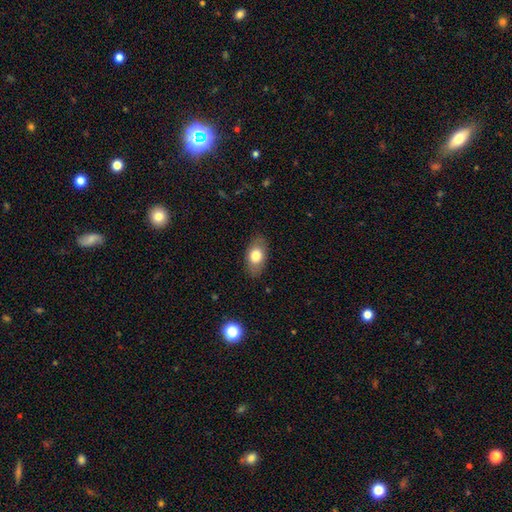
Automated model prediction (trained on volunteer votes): Smooth or featured? Predicted: smooth (p=0.75). How rounded? Predicted: in between (p=0.90). Merging? Predicted: none (p=0.84).